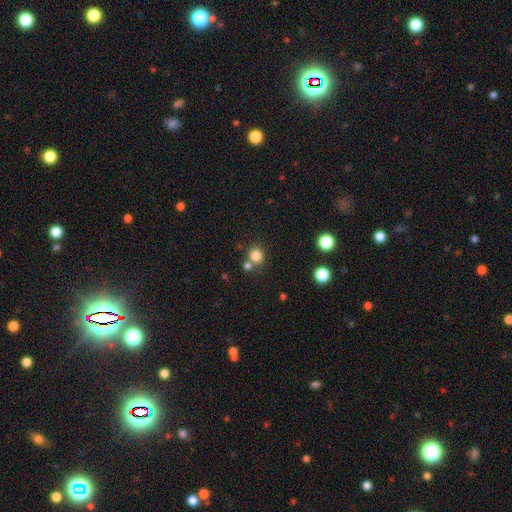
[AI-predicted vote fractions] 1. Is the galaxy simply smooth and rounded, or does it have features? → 81% smooth, 13% star or artifact, 6% featured or disk.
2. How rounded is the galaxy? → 88% round, 11% in between, 1% cigar-shaped.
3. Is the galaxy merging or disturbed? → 68% none, 20% merger, 9% minor disturbance, 3% major disturbance.